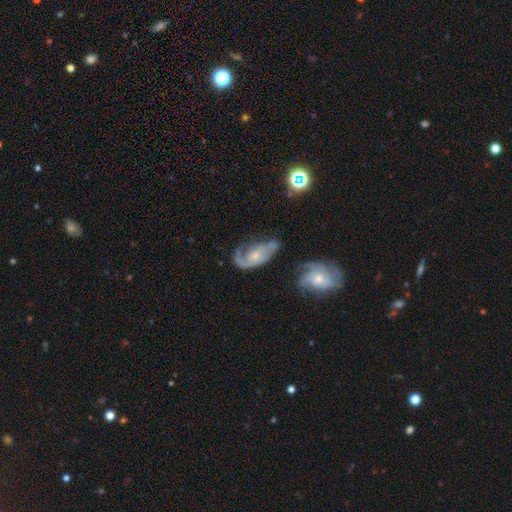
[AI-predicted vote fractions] The model was most divided on "spiral winding": medium: 43%, loose: 32%, tight: 25%. Remaining: edge-on disk — no (96%); spiral arms — yes (93%); smooth or featured — featured or disk (79%); bar — no (67%); spiral arm count — 2 (58%); bulge size — small (57%); merging — none (45%).